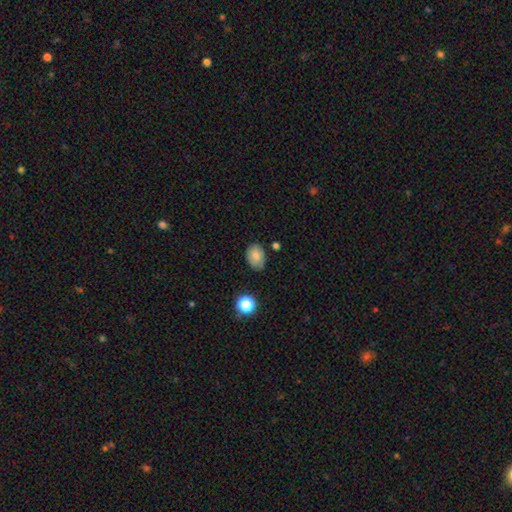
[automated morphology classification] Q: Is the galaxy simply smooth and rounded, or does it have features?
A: smooth — 81%.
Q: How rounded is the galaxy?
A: in between — 77%.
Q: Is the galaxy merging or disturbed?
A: none — 77%.